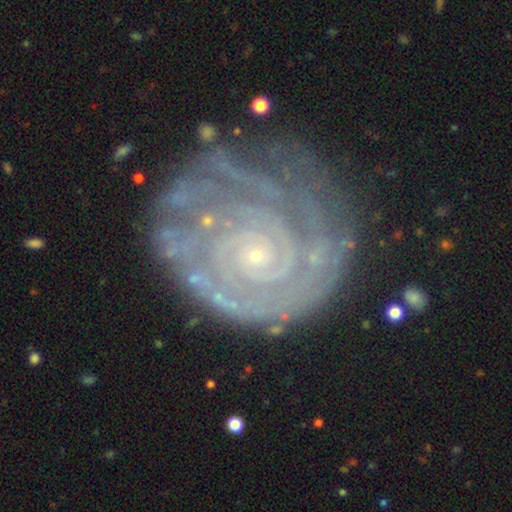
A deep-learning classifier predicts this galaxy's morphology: This appears to be a featured or disk galaxy (84%) with no bar (82%), tight (82%) spiral arms (93%) and a small central bulge (85%). Merging: none (69%).